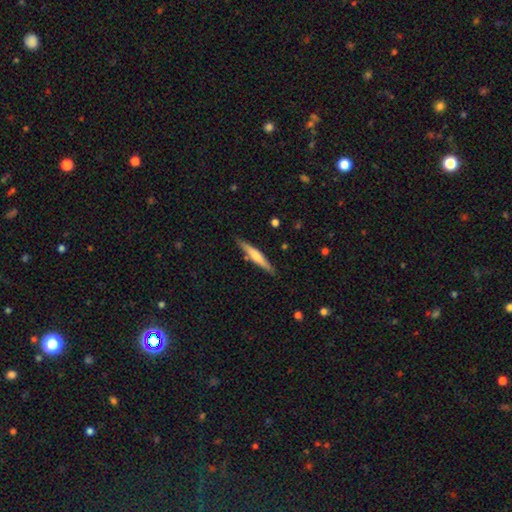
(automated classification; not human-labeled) This appears to be a featured or disk galaxy (50%) viewed edge-on (97%). Merging: none (88%).